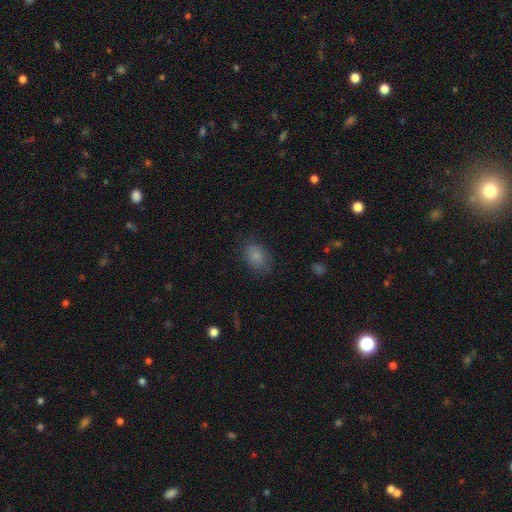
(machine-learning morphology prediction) smooth-or-featured: smooth: 84% | star or artifact: 9% | featured or disk: 7%
  how-rounded: in between: 68% | round: 31% | cigar-shaped: 1%
  merging: none: 76% | minor disturbance: 18% | major disturbance: 5% | merger: 1%